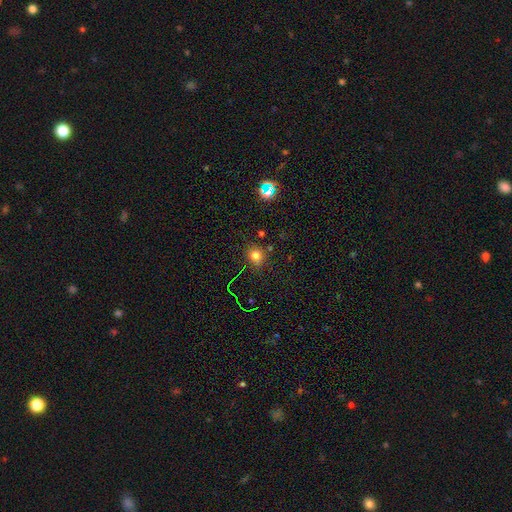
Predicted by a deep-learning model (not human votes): Smooth or featured? Predicted: smooth (p=0.72). How rounded? Predicted: round (p=0.79). Merging? Predicted: none (p=0.78).